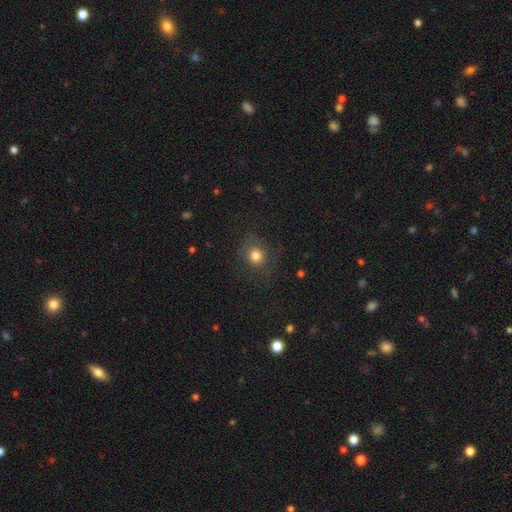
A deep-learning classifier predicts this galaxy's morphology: smooth-or-featured: smooth: 77% | star or artifact: 12% | featured or disk: 11%
  how-rounded: round: 85% | in between: 14% | cigar-shaped: 1%
  merging: none: 75% | minor disturbance: 15% | major disturbance: 9% | merger: 1%